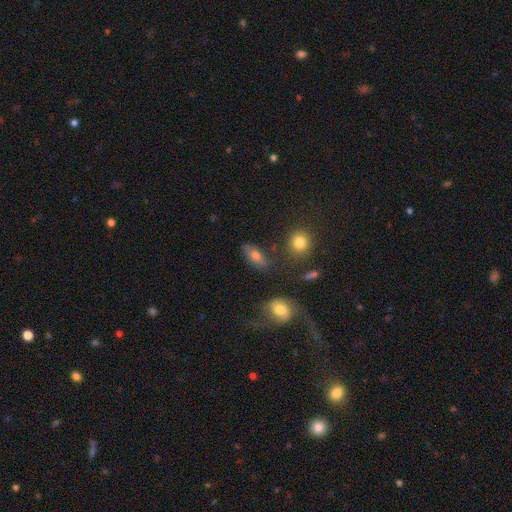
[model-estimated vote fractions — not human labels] Smooth or featured? smooth (68%)
How rounded? in between (80%)
Merging? none (70%)